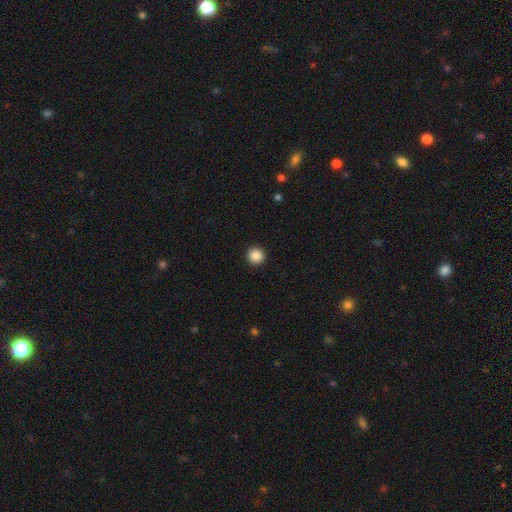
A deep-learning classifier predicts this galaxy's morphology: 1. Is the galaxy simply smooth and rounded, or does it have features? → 87% smooth, 9% star or artifact, 3% featured or disk.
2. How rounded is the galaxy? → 96% round, 3% in between, 1% cigar-shaped.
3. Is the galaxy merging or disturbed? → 94% none, 4% minor disturbance, 1% major disturbance, 1% merger.